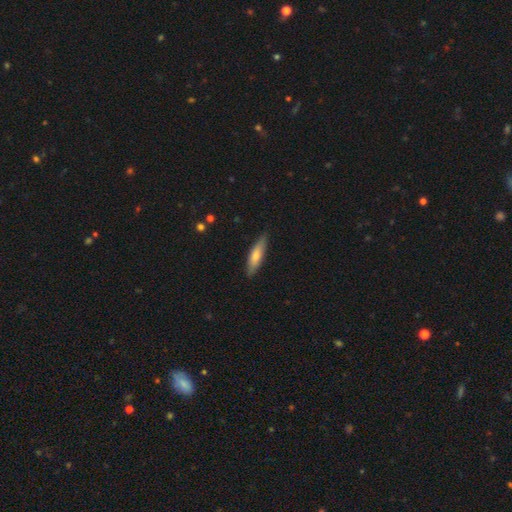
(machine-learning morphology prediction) Smooth or featured: smooth — 65% (featured or disk — 29%)
How rounded: cigar-shaped — 72% (in between — 26%)
Merging: none — 86% (minor disturbance — 11%)